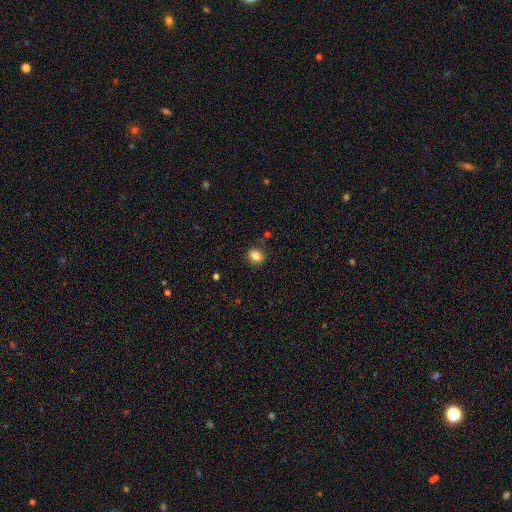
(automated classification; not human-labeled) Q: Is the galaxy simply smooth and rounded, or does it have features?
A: smooth — 84%.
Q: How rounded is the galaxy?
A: in between — 53%.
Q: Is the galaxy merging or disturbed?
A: none — 83%.